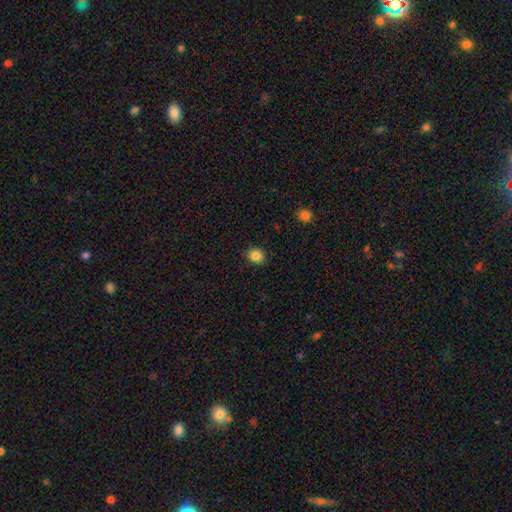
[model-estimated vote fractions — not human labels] This is clearly a smooth galaxy (85%). How rounded: likely round (77%). Merging: clearly none (91%).